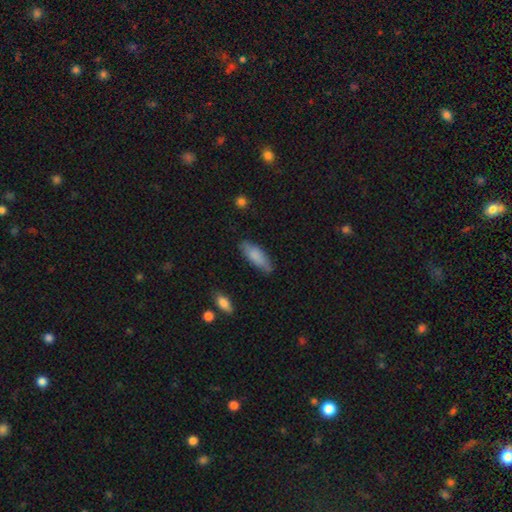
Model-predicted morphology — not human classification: Q: Smooth or featured?
A: smooth (84%); runner-up: featured or disk (10%)
Q: How rounded?
A: in between (62%); runner-up: cigar-shaped (36%)
Q: Merging?
A: none (79%); runner-up: minor disturbance (16%)